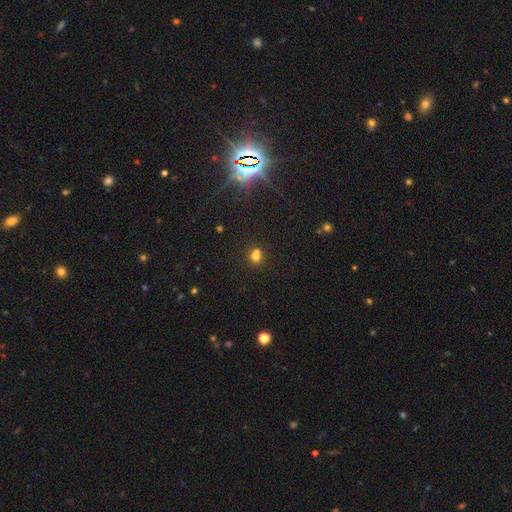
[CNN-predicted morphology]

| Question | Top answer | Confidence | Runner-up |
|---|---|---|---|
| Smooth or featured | smooth | 69% | star or artifact (19%) |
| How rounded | round | 79% | in between (20%) |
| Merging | none | 47% | merger (42%) |